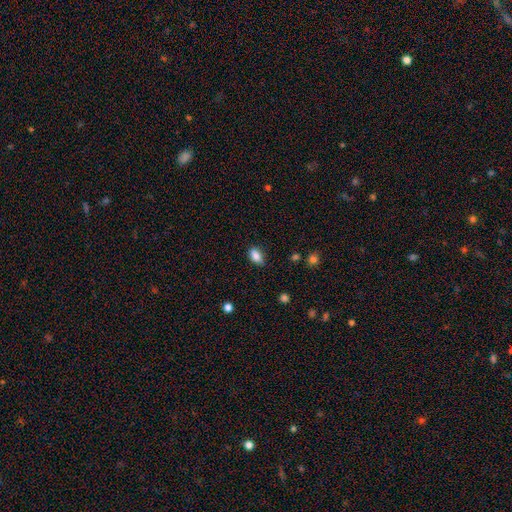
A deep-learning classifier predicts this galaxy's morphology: A smooth galaxy with no disk features (85%) that is in between round and cigar-shaped (88%).

Vote fractions:
- Smooth or featured? smooth: 85% / star or artifact: 9% / featured or disk: 6%
- How rounded? in between: 88% / round: 8% / cigar-shaped: 4%
- Merging? none: 80% / minor disturbance: 16% / major disturbance: 3% / merger: 1%